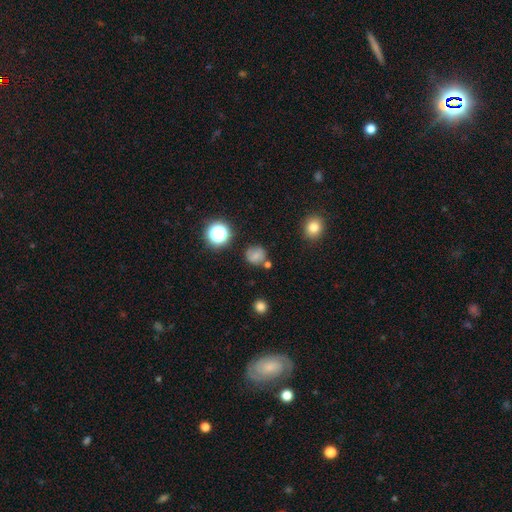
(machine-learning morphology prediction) Overall: smooth (70%). How rounded: round (84%). Merging: none (72%).